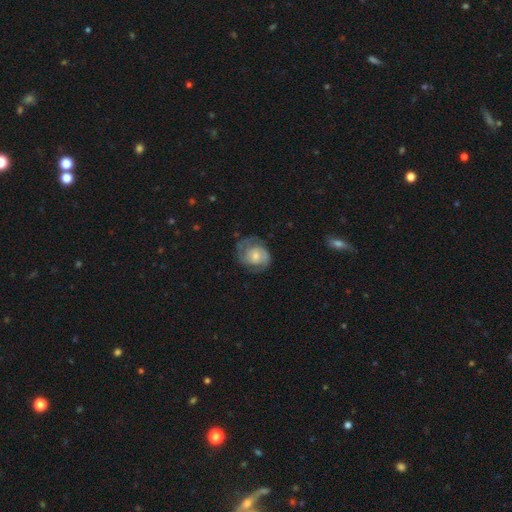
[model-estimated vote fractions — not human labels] A featured or disk galaxy (72%) with no bar (62%), 2 (71%) medium (44%) spiral arms (90%) and a moderate central bulge (51%). Merging: none (65%).